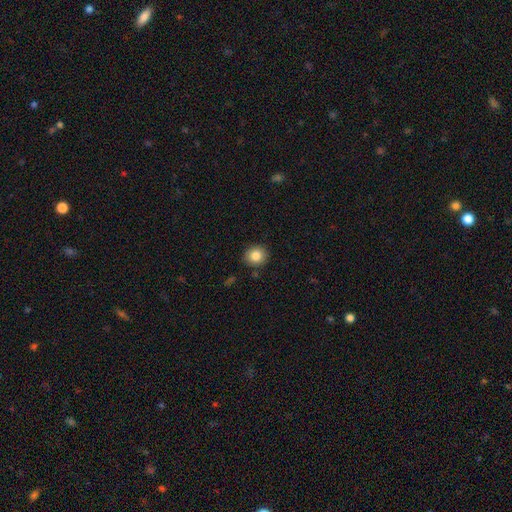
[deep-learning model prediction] smooth 84%, star or artifact 10%, featured or disk 7%. Down the decision tree: how rounded — round (84%); merging — none (88%).